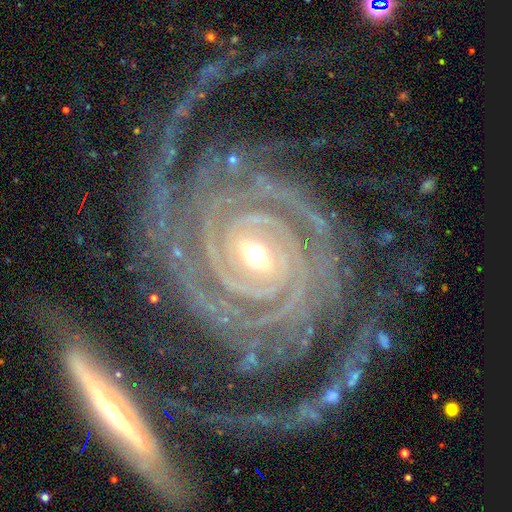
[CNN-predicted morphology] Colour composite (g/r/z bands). It shows a featured or disk galaxy (93%) with no bar (38%), 2 (30%) tight (83%) spiral arms (99%) and a moderate central bulge (53%). Merging: none (64%).